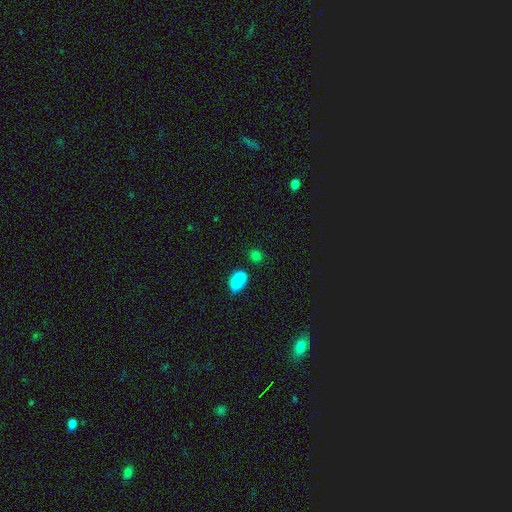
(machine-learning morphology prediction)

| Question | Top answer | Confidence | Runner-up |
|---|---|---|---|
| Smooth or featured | smooth | 75% | star or artifact (13%) |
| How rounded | round | 60% | in between (37%) |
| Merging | merger | 43% | tied: none (43%) |